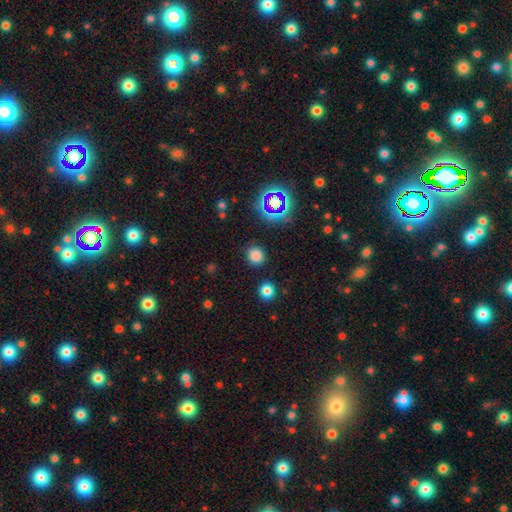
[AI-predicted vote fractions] smooth_or_featured: smooth (p=0.74) [alt: star or artifact p=0.21]
how_rounded: round (p=0.88) [alt: in between p=0.11]
merging: none (p=0.86) [alt: minor disturbance p=0.08]